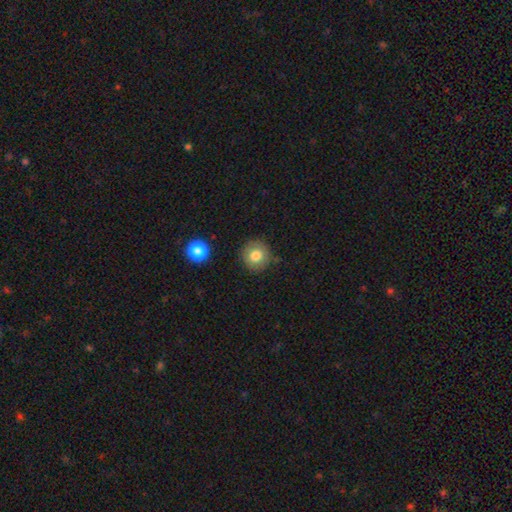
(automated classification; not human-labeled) A smooth galaxy with no disk features (79%) that is round (94%).

Vote fractions:
- Smooth or featured? smooth: 79% / featured or disk: 11% / star or artifact: 10%
- How rounded? round: 94% / in between: 5% / cigar-shaped: 1%
- Merging? none: 86% / minor disturbance: 9% / major disturbance: 3% / merger: 2%